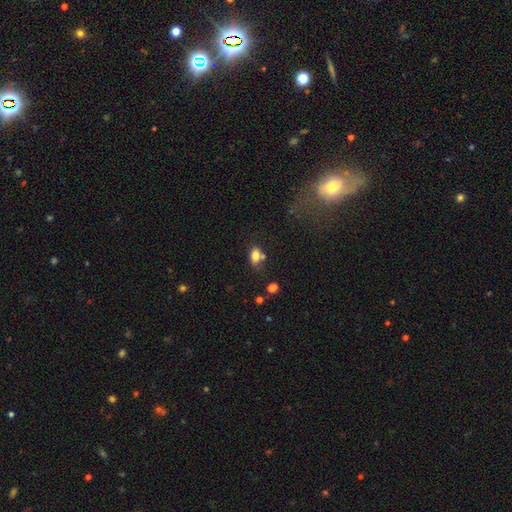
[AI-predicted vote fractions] Smooth or featured? Predicted: smooth (p=0.79). How rounded? Predicted: in between (p=0.82). Merging? Predicted: none (p=0.57).